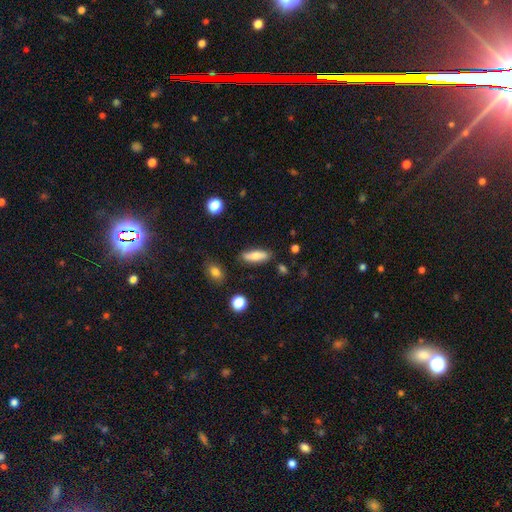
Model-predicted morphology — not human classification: The model was most divided on "how rounded": in between: 57%, cigar-shaped: 40%, round: 3%. More confident: merging — none (83%); smooth or featured — smooth (73%).